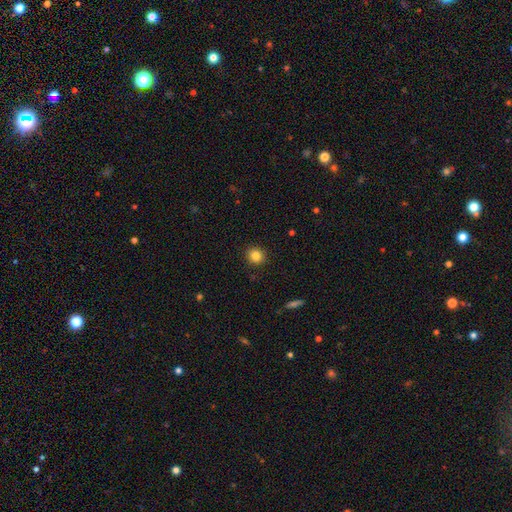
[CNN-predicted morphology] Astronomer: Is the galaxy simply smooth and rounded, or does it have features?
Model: smooth — 84%.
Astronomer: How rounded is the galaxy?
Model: round — 89%.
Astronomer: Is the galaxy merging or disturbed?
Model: none — 91%.